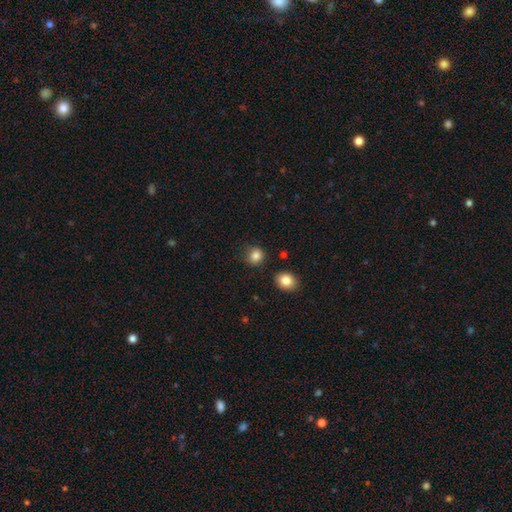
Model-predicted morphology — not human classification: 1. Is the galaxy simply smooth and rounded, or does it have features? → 85% smooth, 11% star or artifact, 5% featured or disk.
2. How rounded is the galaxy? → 83% round, 16% in between, 1% cigar-shaped.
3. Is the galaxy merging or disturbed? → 80% none, 14% minor disturbance, 3% major disturbance, 3% merger.